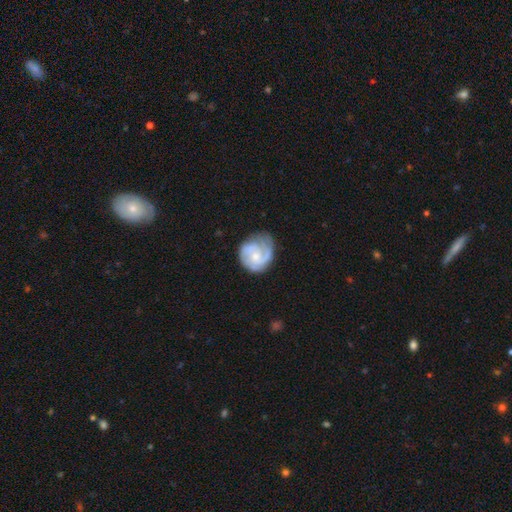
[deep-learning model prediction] featured or disk 75%, smooth 19%, star or artifact 5%. Down the decision tree: edge-on disk — no (98%); bar — no (70%); spiral arms — yes (93%); spiral arm count — 2 (38%); spiral winding — tight (47%); bulge size — small (59%); merging — none (60%).